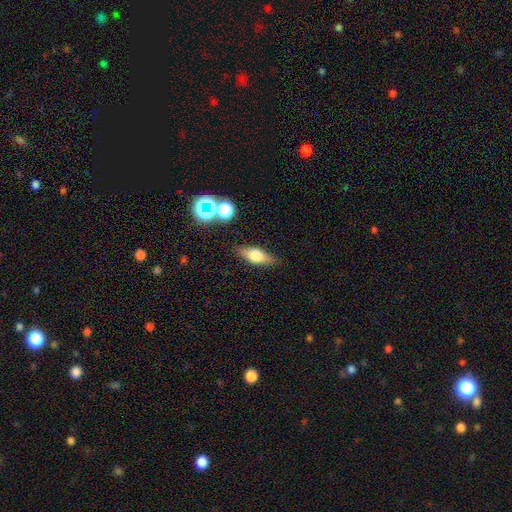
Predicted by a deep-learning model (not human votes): Q: Smooth or featured?
A: smooth (51%); runner-up: featured or disk (39%)
Q: How rounded?
A: in between (63%); runner-up: cigar-shaped (31%)
Q: Merging?
A: none (81%); runner-up: minor disturbance (12%)